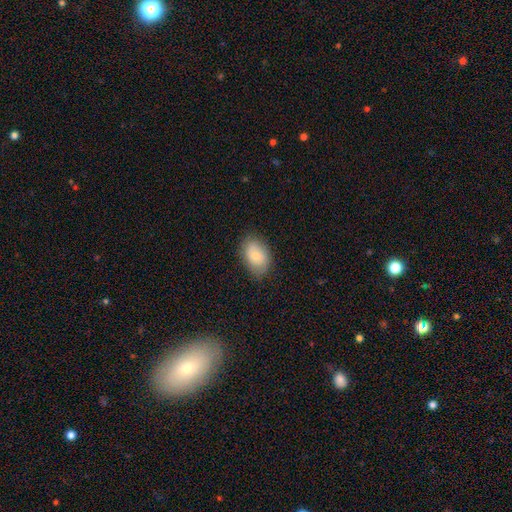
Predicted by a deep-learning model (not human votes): Smooth or featured? Predicted: smooth (p=0.74). How rounded? Predicted: in between (p=0.86). Merging? Predicted: none (p=0.79).